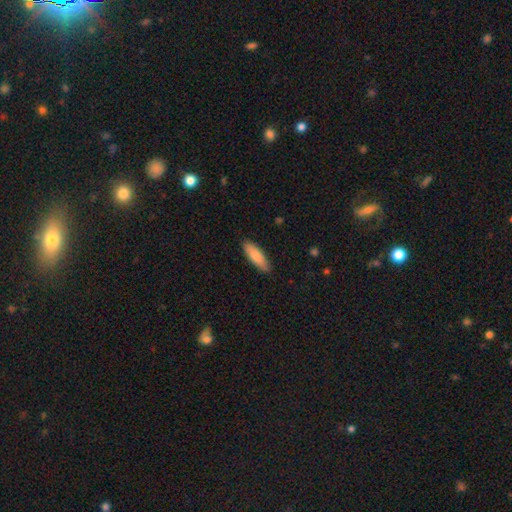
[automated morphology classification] smooth 83%, featured or disk 12%, star or artifact 5%. Down the decision tree: how rounded — cigar-shaped (50%); merging — none (87%).